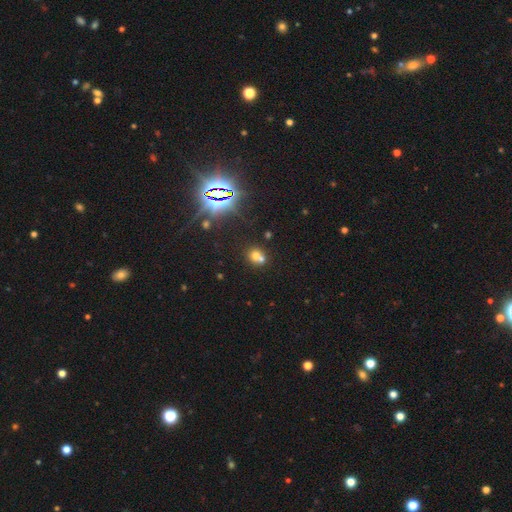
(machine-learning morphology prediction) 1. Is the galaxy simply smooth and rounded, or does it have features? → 58% smooth, 26% star or artifact, 16% featured or disk.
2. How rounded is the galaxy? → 76% round, 23% in between, 1% cigar-shaped.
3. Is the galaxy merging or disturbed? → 53% merger, 38% none, 6% minor disturbance, 3% major disturbance.